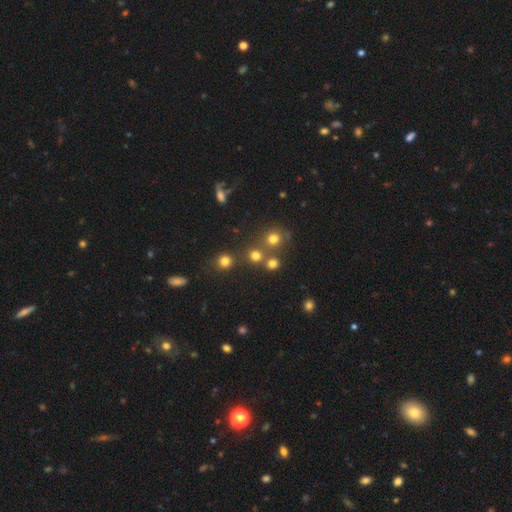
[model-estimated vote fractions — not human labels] Overall: smooth (73%). How rounded: round (88%). Merging: none (70%).